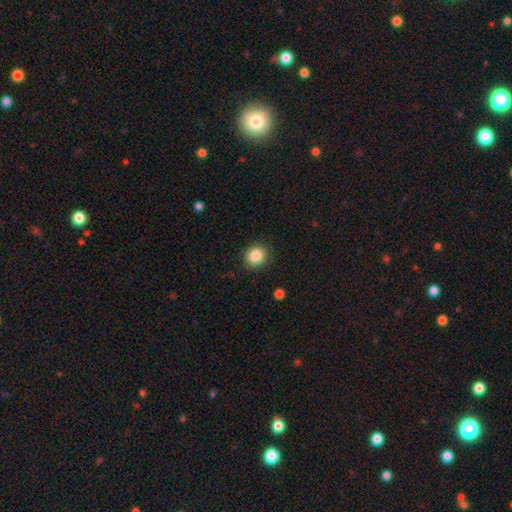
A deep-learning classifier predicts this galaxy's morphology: type=smooth (86%); roundness=round (83%); merging=none (90%).